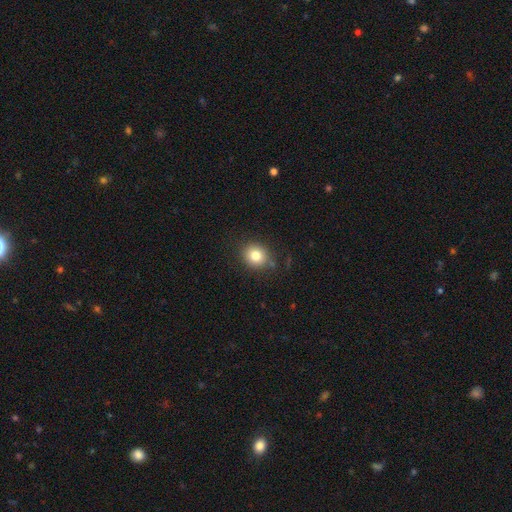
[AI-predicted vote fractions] Smooth or featured? Predicted: smooth (p=0.80). How rounded? Predicted: round (p=0.76). Merging? Predicted: none (p=0.82).